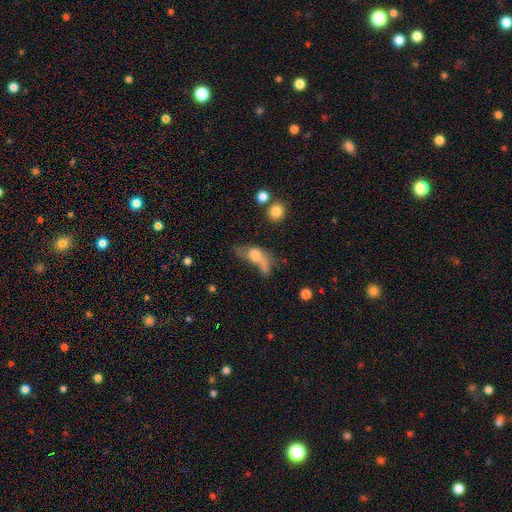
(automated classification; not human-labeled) Smooth or featured: smooth — 54% (featured or disk — 35%)
How rounded: in between — 64% (cigar-shaped — 18%)
Merging: major disturbance — 35% (none — 24%)